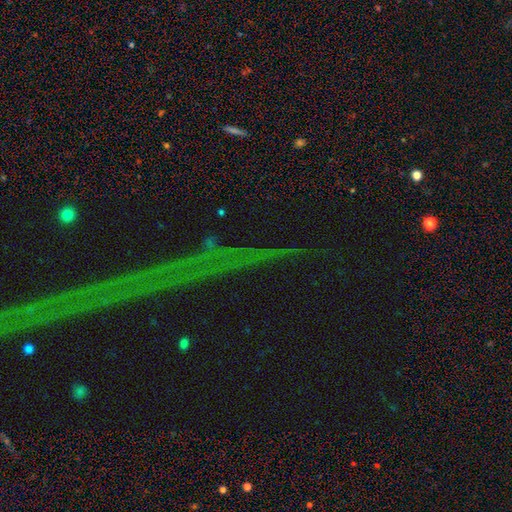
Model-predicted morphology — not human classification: smooth-or-featured: star or artifact: 85% | featured or disk: 8% | smooth: 7%